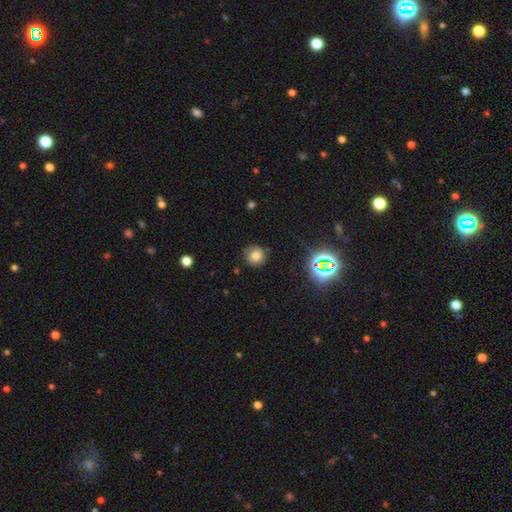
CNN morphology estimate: smooth_or_featured: smooth (p=0.67) [alt: star or artifact p=0.17]
how_rounded: round (p=0.89) [alt: in between p=0.10]
merging: none (p=0.76) [alt: minor disturbance p=0.17]